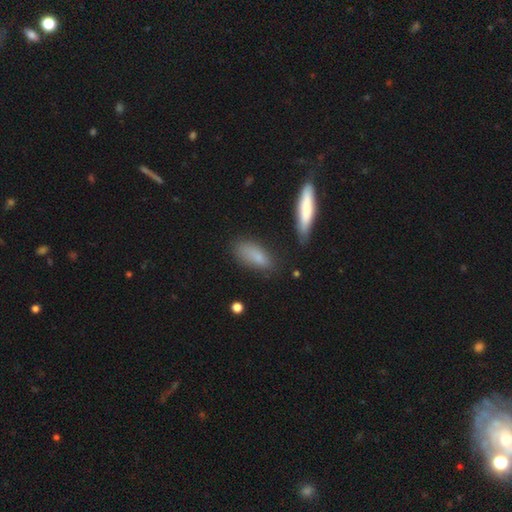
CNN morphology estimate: This is likely a smooth galaxy (79%). How rounded: likely in between (67%). Merging: likely none (64%).